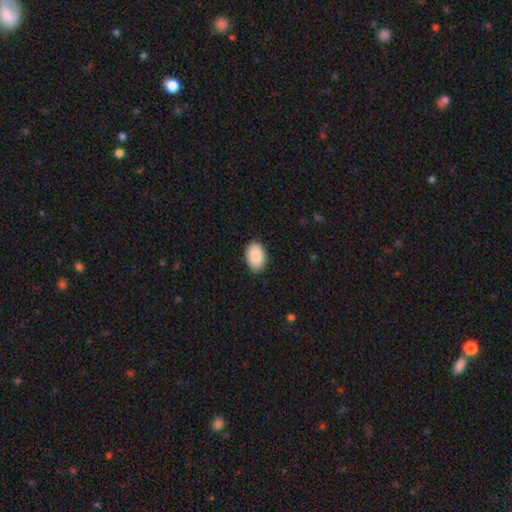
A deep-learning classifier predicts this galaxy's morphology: Smooth or featured: smooth — 88% (star or artifact — 6%)
How rounded: in between — 91% (round — 8%)
Merging: none — 89% (minor disturbance — 9%)